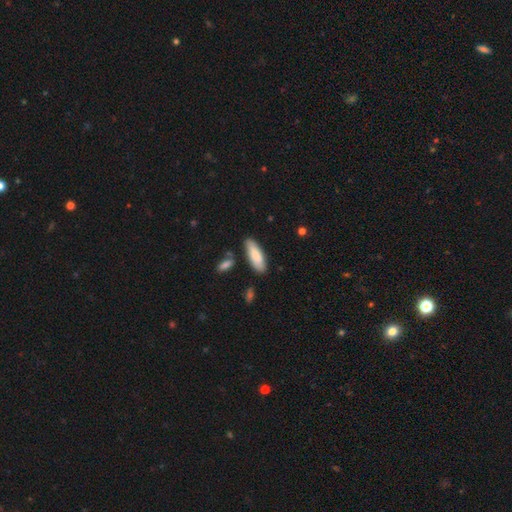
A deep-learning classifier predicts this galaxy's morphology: Overall: smooth (80%). How rounded: in between (63%; cigar-shaped 35%). Merging: none (80%).